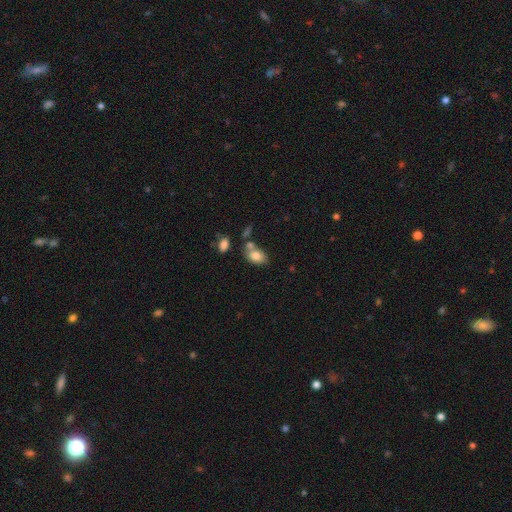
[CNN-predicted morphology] This appears to be a smooth galaxy with no disk features (80%) that is in between round and cigar-shaped (86%). Merging: none (52%).